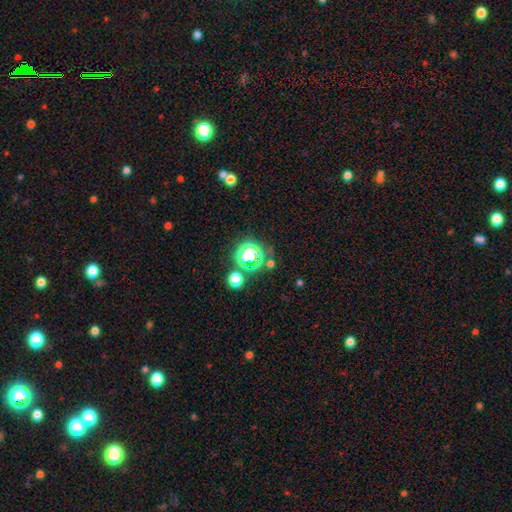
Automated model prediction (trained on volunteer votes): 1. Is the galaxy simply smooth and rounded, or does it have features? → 72% star or artifact, 21% smooth, 7% featured or disk.